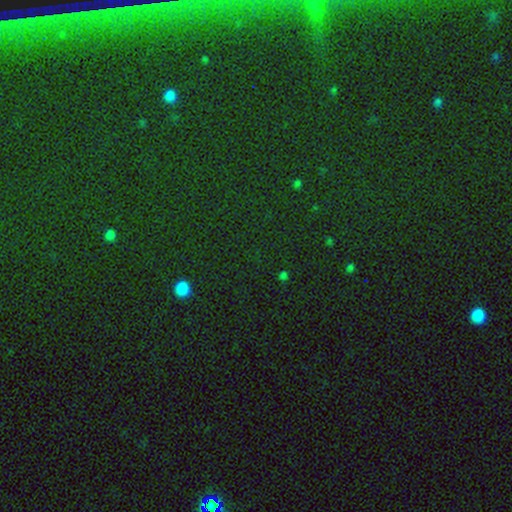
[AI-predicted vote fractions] This appears to be a star or artifact, not a galaxy (76%).